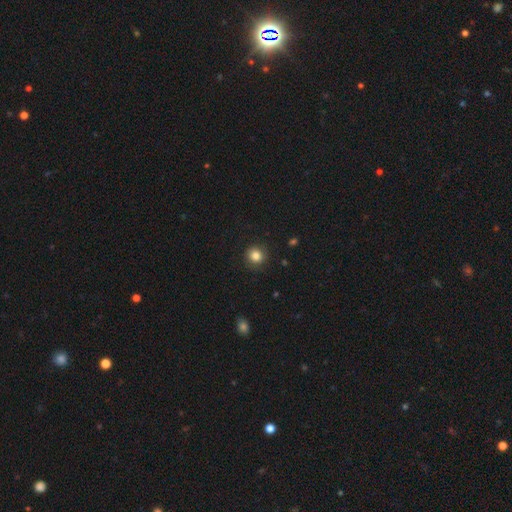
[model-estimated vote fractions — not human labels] Q: Smooth or featured?
A: smooth (84%); runner-up: star or artifact (11%)
Q: How rounded?
A: round (90%); runner-up: in between (9%)
Q: Merging?
A: none (89%); runner-up: minor disturbance (8%)